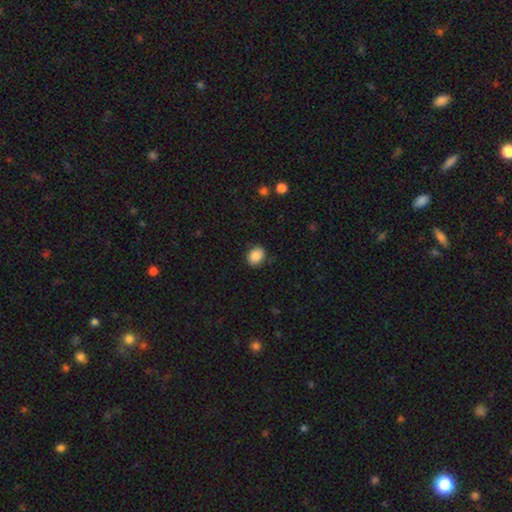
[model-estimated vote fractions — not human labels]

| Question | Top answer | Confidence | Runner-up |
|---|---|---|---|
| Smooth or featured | smooth | 87% | star or artifact (8%) |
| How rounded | round | 52% | in between (47%) |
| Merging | none | 84% | minor disturbance (12%) |